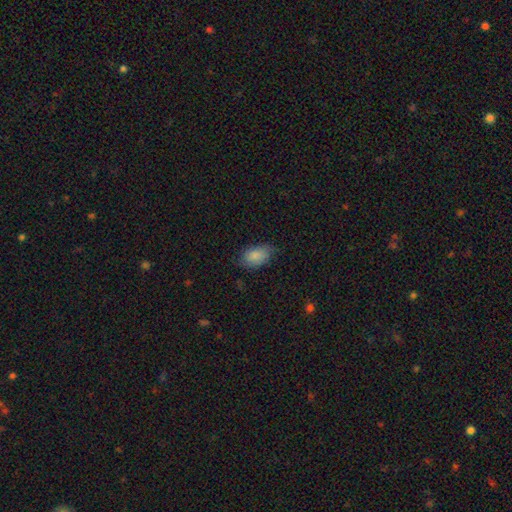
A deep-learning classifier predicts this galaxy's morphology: smooth 84%, featured or disk 9%, star or artifact 7%. Down the decision tree: how rounded — in between (91%); merging — none (67%).